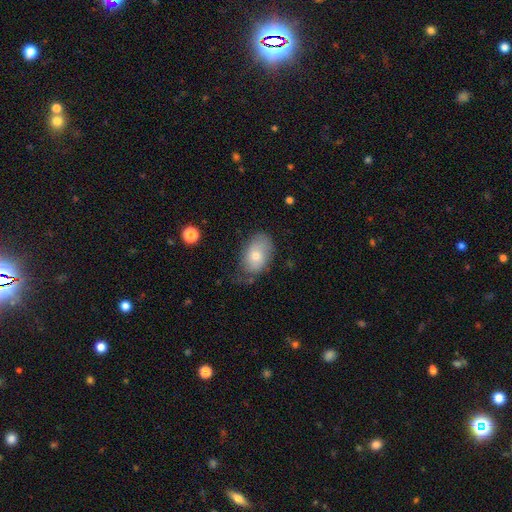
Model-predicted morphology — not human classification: A smooth galaxy with no disk features (69%) that is in between round and cigar-shaped (87%). Merging: none (54%).